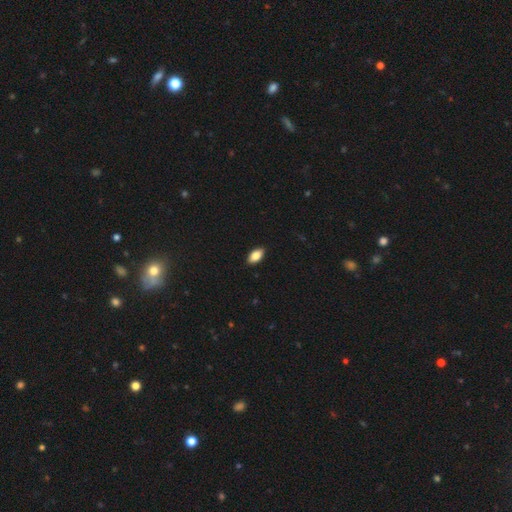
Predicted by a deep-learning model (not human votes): Smooth or featured?
  - smooth: 85% *
  - featured or disk: 8%
  - star or artifact: 7%
How rounded?
  - in between: 93% *
  - cigar-shaped: 4%
  - round: 3%
Merging?
  - none: 90% *
  - minor disturbance: 8%
  - major disturbance: 2%
  - merger: 1%